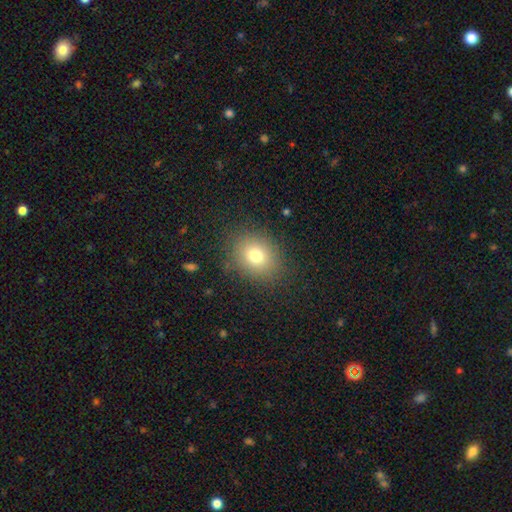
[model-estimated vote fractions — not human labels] Overall: smooth (76%). How rounded: round (64%; in between 35%). Merging: none (85%).